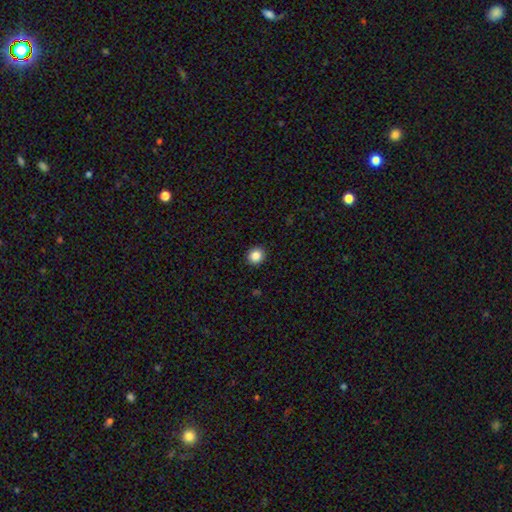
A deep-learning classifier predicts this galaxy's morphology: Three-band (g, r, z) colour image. It shows a smooth galaxy with no disk features (86%) that is round (88%). Merging: none (92%).